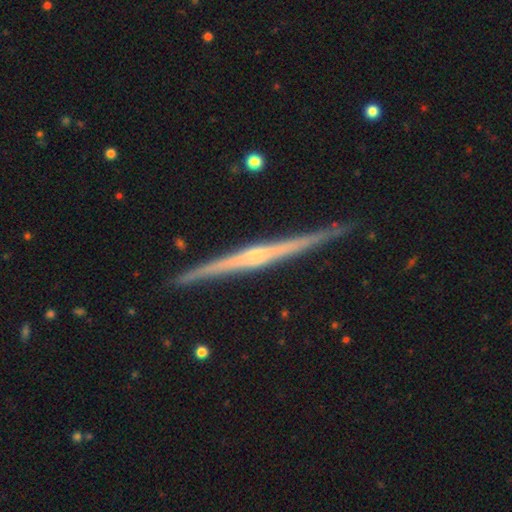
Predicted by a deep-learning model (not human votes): Smooth or featured? Predicted: featured or disk (p=0.84). Edge-on disk? Predicted: yes (p=0.98). Edge-on bulge? Predicted: rounded (p=0.57). Merging? Predicted: none (p=0.90).